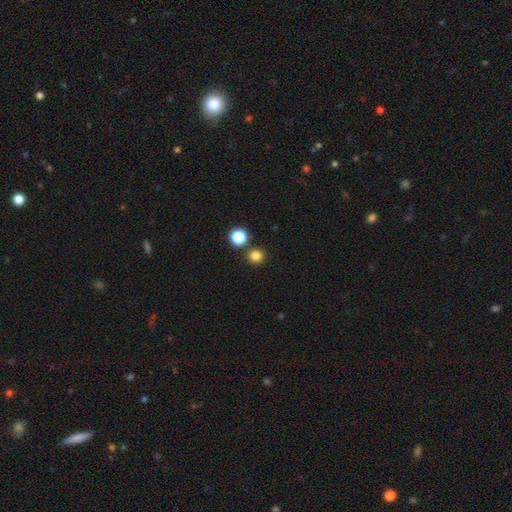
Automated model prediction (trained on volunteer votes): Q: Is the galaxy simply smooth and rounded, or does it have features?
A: smooth — 82%.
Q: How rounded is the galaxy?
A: round — 88%.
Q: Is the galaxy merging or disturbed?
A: none — 84%.